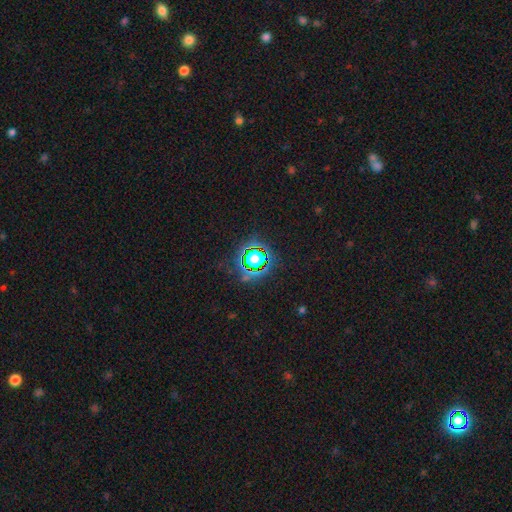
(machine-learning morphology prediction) smooth_or_featured: star or artifact (p=0.68) [alt: smooth p=0.22]